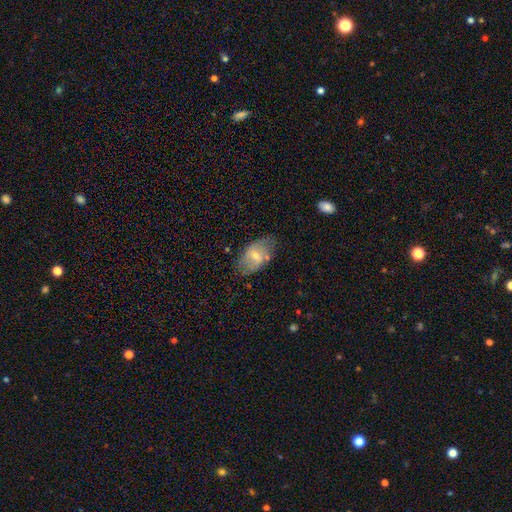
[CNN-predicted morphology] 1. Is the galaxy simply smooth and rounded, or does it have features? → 53% smooth, 40% featured or disk, 7% star or artifact.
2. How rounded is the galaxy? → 91% in between, 6% round, 2% cigar-shaped.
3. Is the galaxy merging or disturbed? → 65% none, 24% minor disturbance, 7% major disturbance, 4% merger.